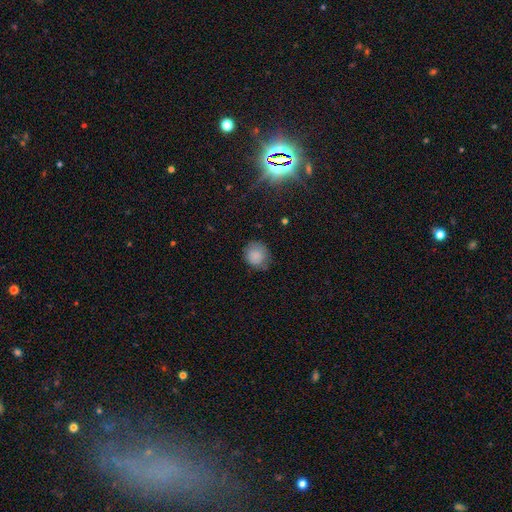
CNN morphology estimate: A smooth galaxy with no disk features (85%) that is round (80%). Merging: none (71%).